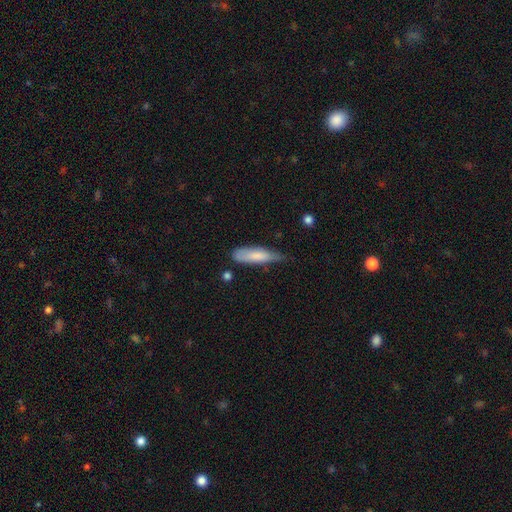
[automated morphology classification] The model was most divided on "merging" (2-way tie): minor disturbance: 43%, none: 43%, major disturbance: 11%, merger: 3%. More confident: smooth or featured — smooth (76%); how rounded — cigar-shaped (57%).